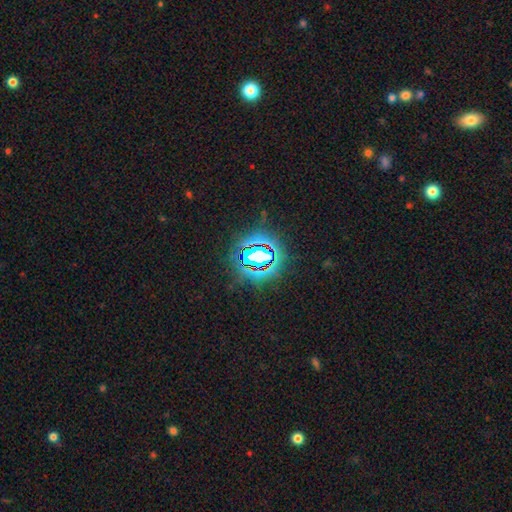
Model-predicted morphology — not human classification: Smooth or featured? Predicted: star or artifact (p=0.77).